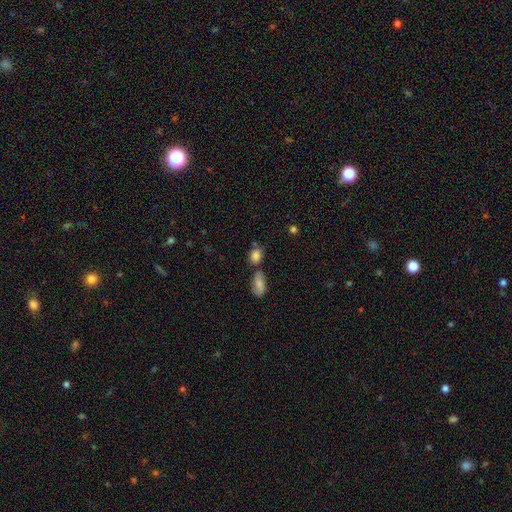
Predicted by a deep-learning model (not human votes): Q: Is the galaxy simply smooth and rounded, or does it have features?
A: smooth — 81%.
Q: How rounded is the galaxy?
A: in between — 66%.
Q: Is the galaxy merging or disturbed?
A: none — 50%.